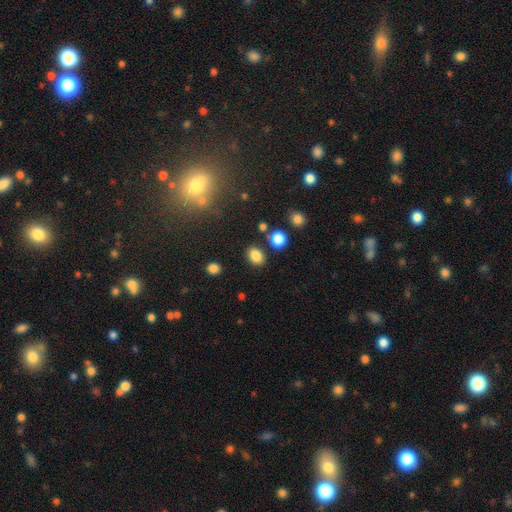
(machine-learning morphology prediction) smooth_or_featured: smooth (p=0.84) [alt: star or artifact p=0.11]
how_rounded: in between (p=0.64) [alt: round p=0.34]
merging: none (p=0.81) [alt: minor disturbance p=0.10]